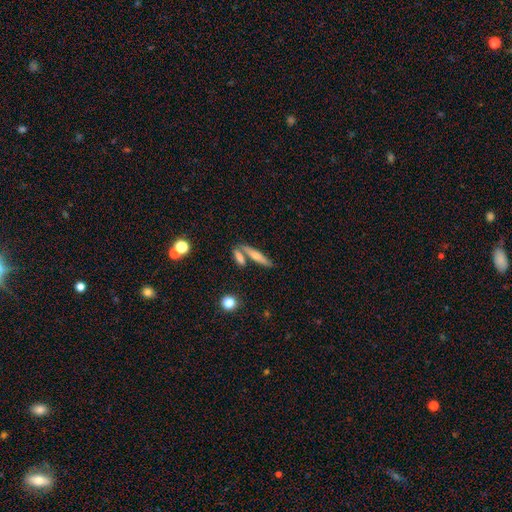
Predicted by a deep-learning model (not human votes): A smooth galaxy with no disk features (59%) that is cigar-shaped (79%).

Vote fractions:
- Smooth or featured? smooth: 59% / featured or disk: 34% / star or artifact: 7%
- How rounded? cigar-shaped: 79% / in between: 17% / round: 3%
- Merging? none: 62% / merger: 24% / minor disturbance: 10% / major disturbance: 4%